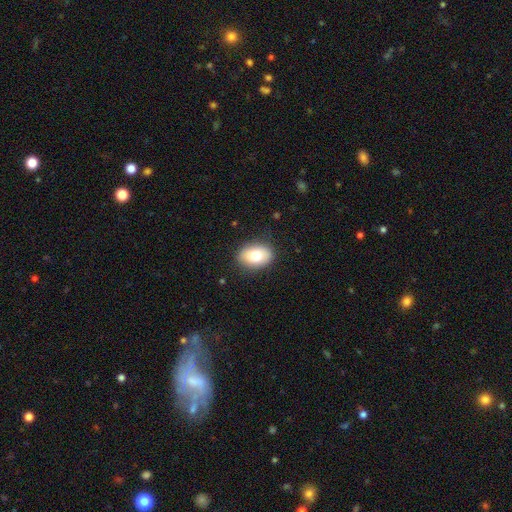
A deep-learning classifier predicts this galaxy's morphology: Smooth or featured? Predicted: smooth (p=0.81). How rounded? Predicted: in between (p=0.83). Merging? Predicted: none (p=0.85).